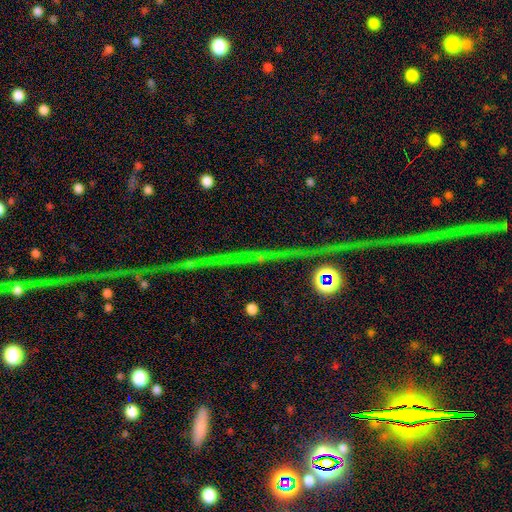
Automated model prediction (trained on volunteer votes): Morphology: type=star or artifact (75%).